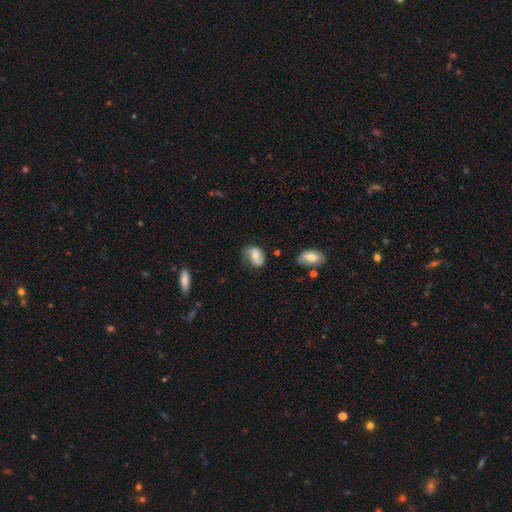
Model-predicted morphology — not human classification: A smooth galaxy with no disk features (46%, tied with featured or disk).

Vote fractions:
- Smooth or featured? smooth: 46% (tied) / featured or disk: 46% (tied) / star or artifact: 8%
- Merging? none: 56% / minor disturbance: 29% / major disturbance: 11% / merger: 4%